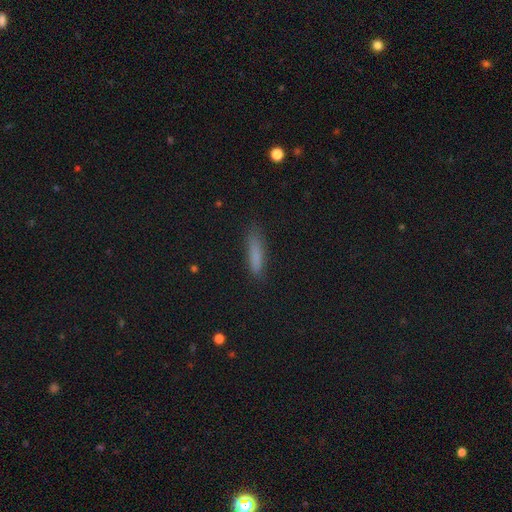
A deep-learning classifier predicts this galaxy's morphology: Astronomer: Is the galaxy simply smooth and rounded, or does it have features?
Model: smooth — 80%.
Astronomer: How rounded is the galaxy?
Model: cigar-shaped — 78%.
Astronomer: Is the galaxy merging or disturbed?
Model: none — 81%.